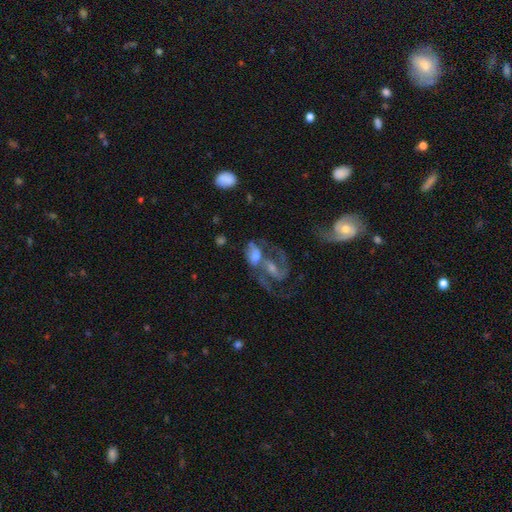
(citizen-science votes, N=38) Smooth or featured?
  - featured or disk: 71% *
  - smooth: 26%
  - star or artifact: 3%
Edge-on disk?
  - no: 93% *
  - yes: 7%
Bar?
  - no: 40% *
  - weak: 36%
  - strong: 24%
Spiral arms?
  - yes: 80% *
  - no: 20%
Spiral winding?
  - medium: 70% *
  - loose: 25%
  - tight: 5%
Spiral arm count?
  - 2: 80% *
  - can't tell: 10%
  - 1: 5%
  - 3: 5%
  - 4: 0%
  - more than 4: 0%
Bulge size?
  - moderate: 48% *
  - small: 40%
  - dominant: 4%
  - large: 4%
  - none: 4%
Merging?
  - merger: 73% *
  - major disturbance: 16%
  - none: 11%
  - minor disturbance: 0%